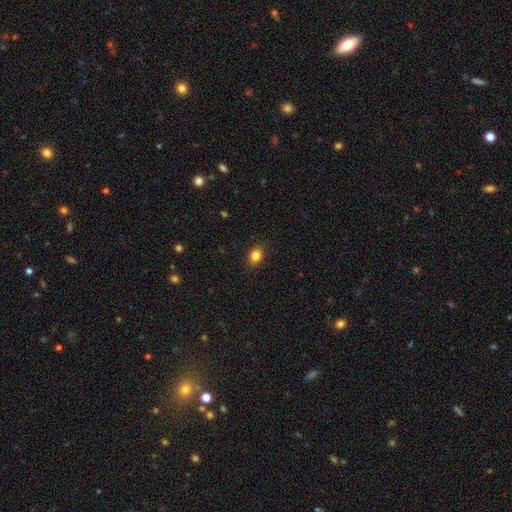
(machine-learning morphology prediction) This is clearly a smooth galaxy (84%). How rounded: likely in between (66%). Merging: clearly none (87%).